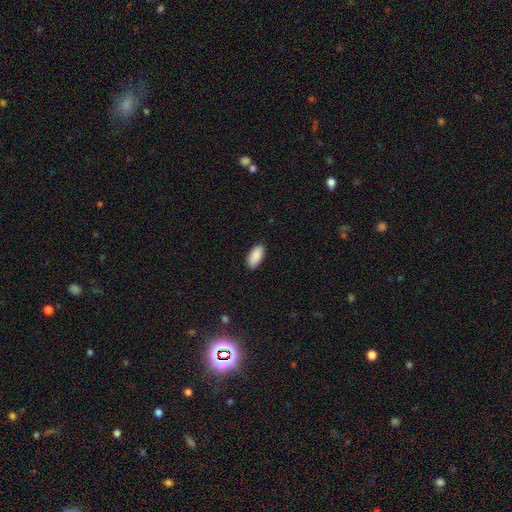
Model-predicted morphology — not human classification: Smooth or featured: smooth — 90% (star or artifact — 6%)
How rounded: in between — 94% (cigar-shaped — 4%)
Merging: none — 88% (minor disturbance — 9%)